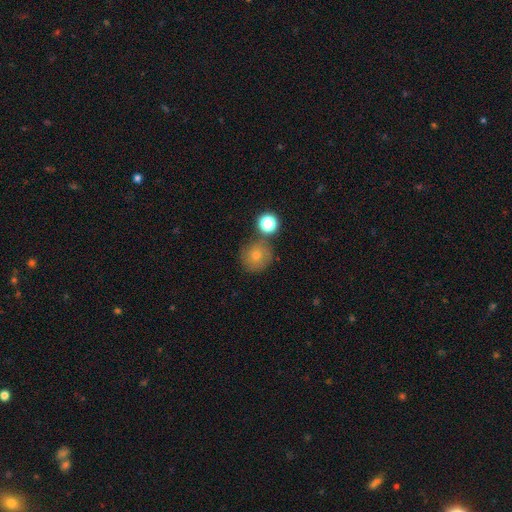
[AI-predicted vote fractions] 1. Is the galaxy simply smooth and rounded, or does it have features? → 70% smooth, 15% star or artifact, 14% featured or disk.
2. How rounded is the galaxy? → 91% round, 8% in between, 1% cigar-shaped.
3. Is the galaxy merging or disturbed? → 72% none, 13% merger, 11% minor disturbance, 4% major disturbance.